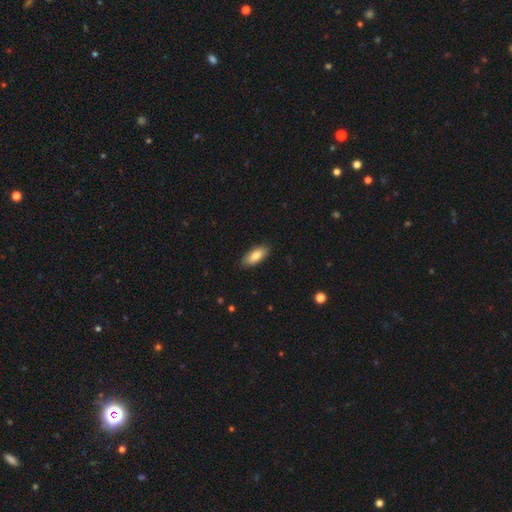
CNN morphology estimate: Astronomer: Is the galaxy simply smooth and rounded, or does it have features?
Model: smooth — 81%.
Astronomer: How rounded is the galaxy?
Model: in between — 81%.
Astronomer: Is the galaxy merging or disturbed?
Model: none — 87%.